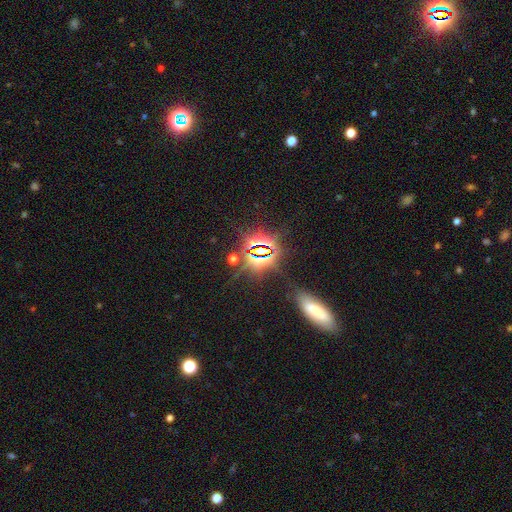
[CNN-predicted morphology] Overall: star or artifact (80%).